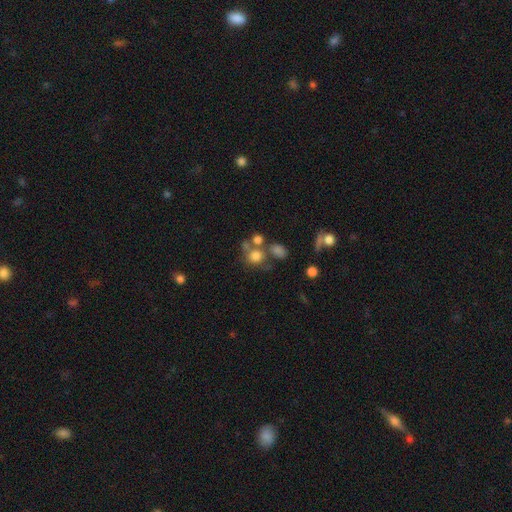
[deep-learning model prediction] Smooth or featured? smooth (72%)
How rounded? round (79%)
Merging? none (46%)